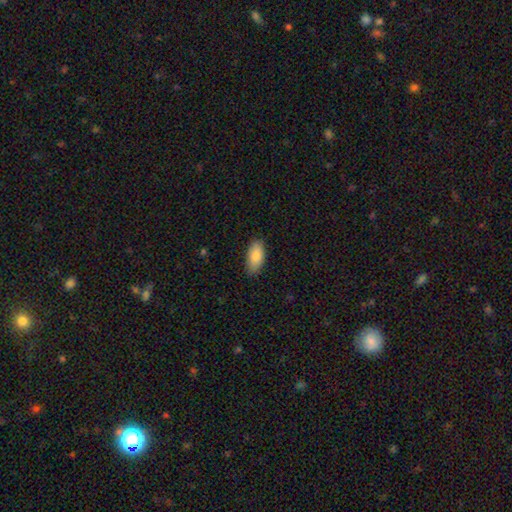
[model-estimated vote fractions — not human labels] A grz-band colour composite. It shows a smooth galaxy with no disk features (86%) that is in between round and cigar-shaped (90%). Merging: none (84%).